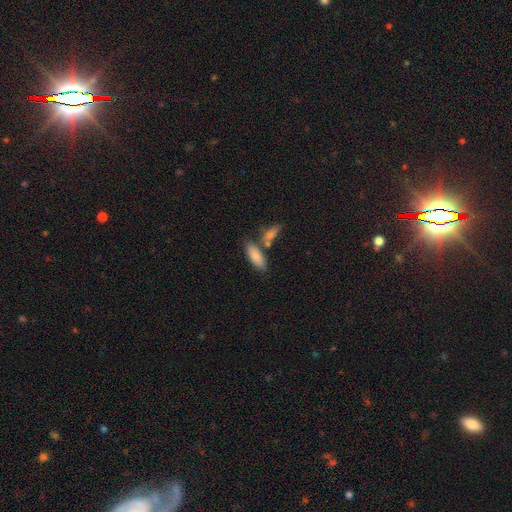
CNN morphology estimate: Q: Smooth or featured?
A: smooth (85%); runner-up: featured or disk (9%)
Q: How rounded?
A: in between (73%); runner-up: cigar-shaped (24%)
Q: Merging?
A: none (61%); runner-up: merger (23%)